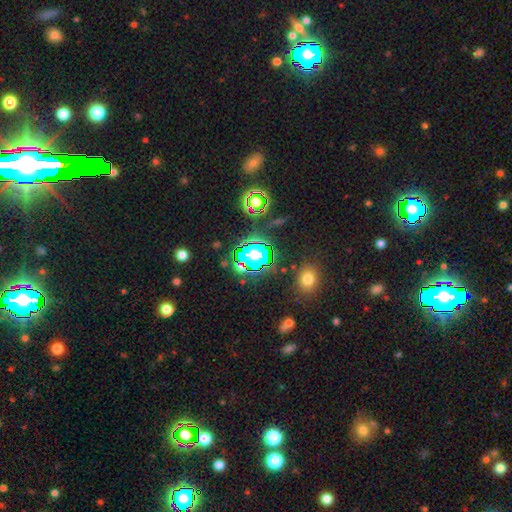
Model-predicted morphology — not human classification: This appears to be a star or artifact, not a galaxy (64%).